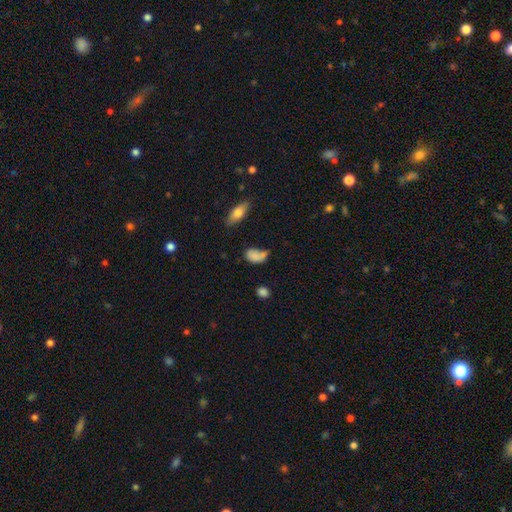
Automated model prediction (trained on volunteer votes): Overall: smooth (76%). How rounded: in between (83%). Merging: none (38%; minor disturbance 28%).